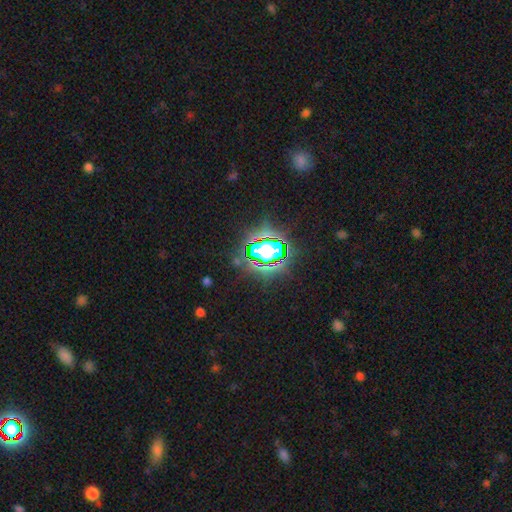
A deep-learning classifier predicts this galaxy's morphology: Smooth or featured?
  - star or artifact: 78% *
  - smooth: 14%
  - featured or disk: 8%